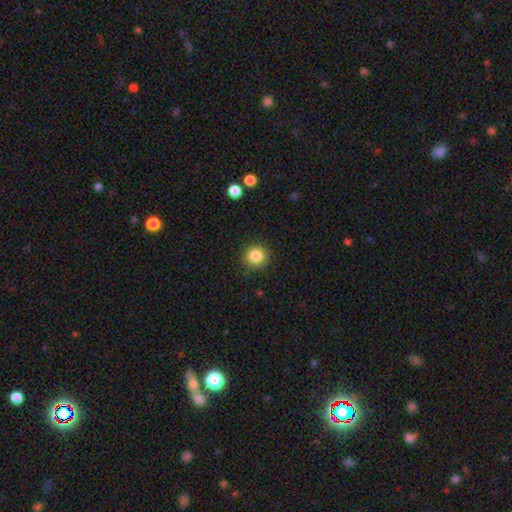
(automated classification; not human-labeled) smooth_or_featured: smooth (p=0.85) [alt: star or artifact p=0.10]
how_rounded: round (p=0.93) [alt: in between p=0.06]
merging: none (p=0.90) [alt: minor disturbance p=0.07]